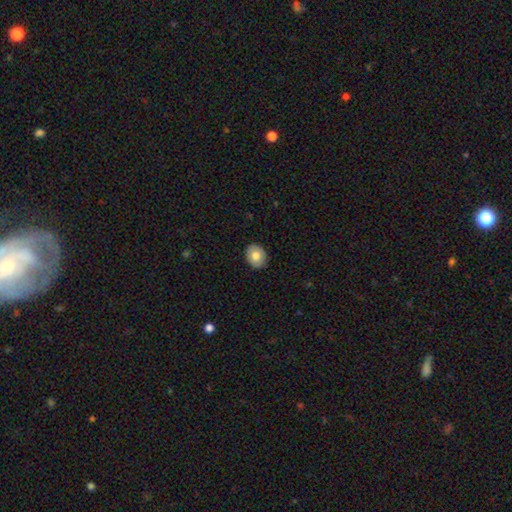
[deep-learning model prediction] Smooth or featured? smooth (73%)
How rounded? in between (52%)
Merging? none (89%)